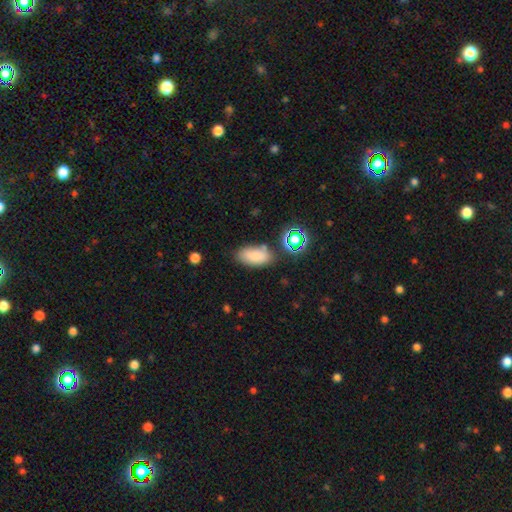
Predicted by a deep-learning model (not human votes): The model was most divided on "merging": none: 73%, minor disturbance: 15%, merger: 8%, major disturbance: 4%. More confident: how rounded — in between (90%); smooth or featured — smooth (81%).